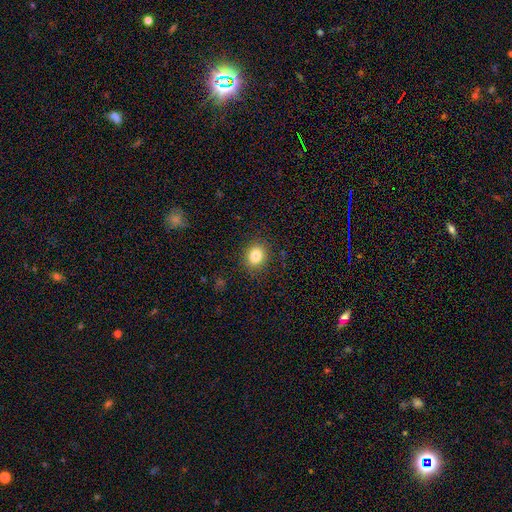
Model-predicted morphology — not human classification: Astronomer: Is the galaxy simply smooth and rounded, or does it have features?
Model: smooth — 84%.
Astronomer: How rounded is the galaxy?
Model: round — 60% (runner-up: in between, 39%).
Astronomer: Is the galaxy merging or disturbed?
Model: none — 87%.